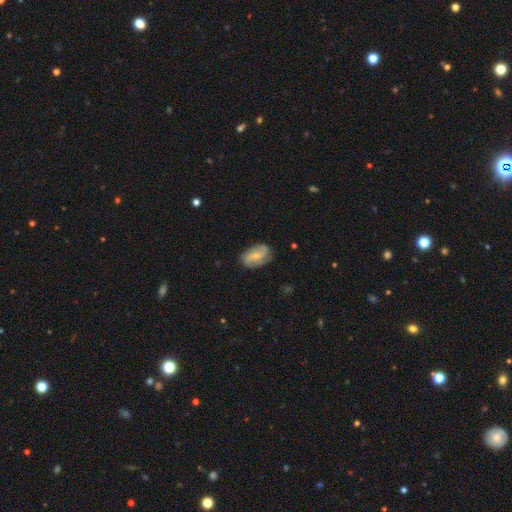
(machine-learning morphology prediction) Smooth or featured? featured or disk (61%)
Edge-on disk? no (96%)
Bar? no (47%)
Spiral arms? yes (90%)
Spiral winding? medium (39%)
Spiral arm count? 2 (63%)
Bulge size? small (59%)
Merging? none (72%)